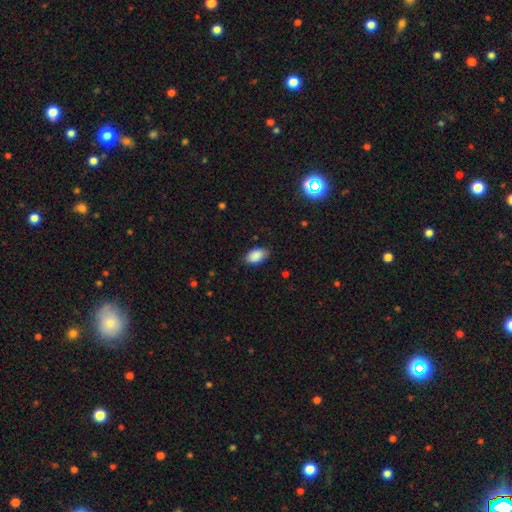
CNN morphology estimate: Smooth or featured?
  - smooth: 89% *
  - star or artifact: 7%
  - featured or disk: 4%
How rounded?
  - in between: 92% *
  - round: 7%
  - cigar-shaped: 1%
Merging?
  - none: 81% *
  - minor disturbance: 15%
  - major disturbance: 3%
  - merger: 1%